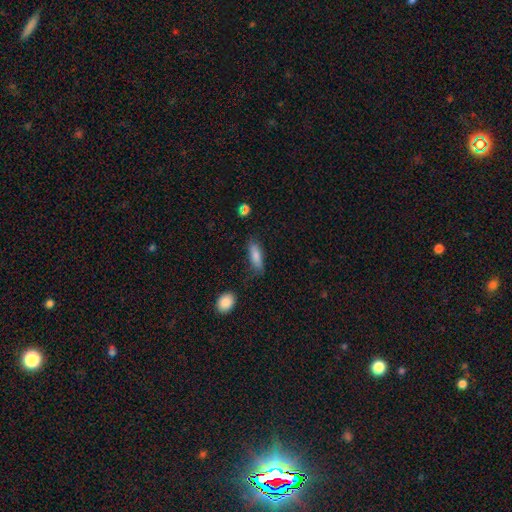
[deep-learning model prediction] Morphology: type=smooth (81%); roundness=in between (56%); merging=none (71%).